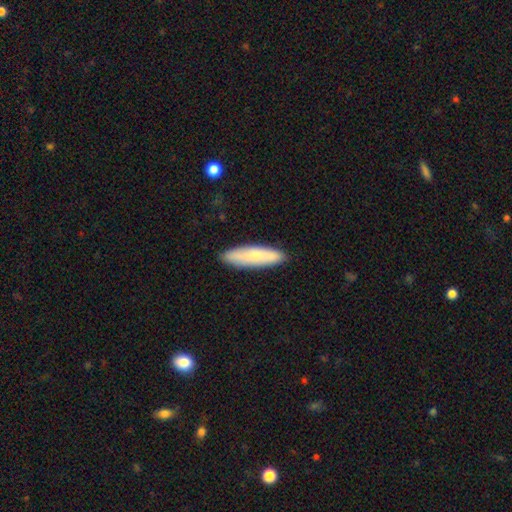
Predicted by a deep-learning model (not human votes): This is likely a smooth galaxy (72%). How rounded: likely cigar-shaped (73%). Merging: clearly none (88%).